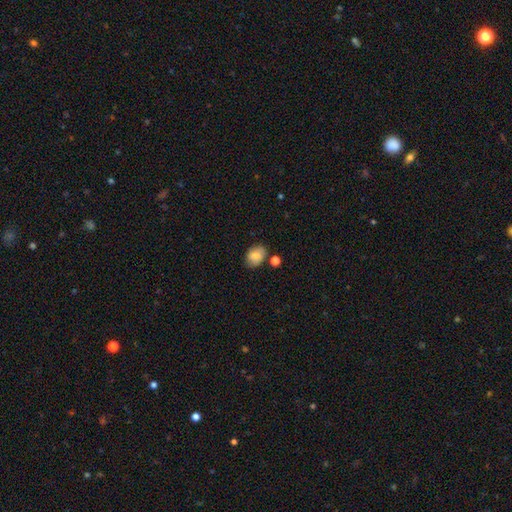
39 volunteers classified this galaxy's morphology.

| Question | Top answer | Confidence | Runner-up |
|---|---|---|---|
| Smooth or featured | smooth | 87% | featured or disk (10%) |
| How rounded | in between | 68% | round (32%) |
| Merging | none | 71% | minor disturbance (16%) |